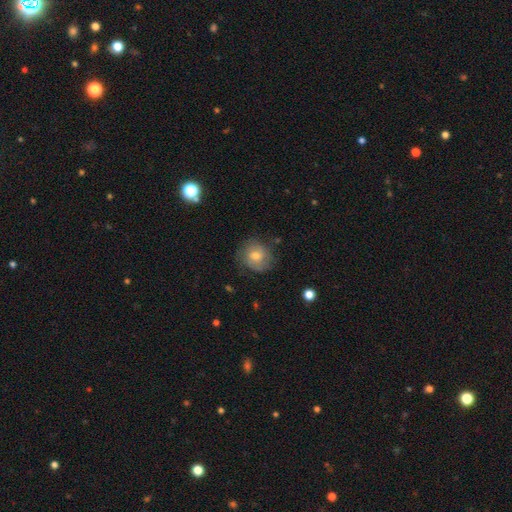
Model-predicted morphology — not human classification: Smooth or featured: smooth — 52% (featured or disk — 36%)
How rounded: round — 79% (in between — 20%)
Merging: none — 74% (minor disturbance — 18%)